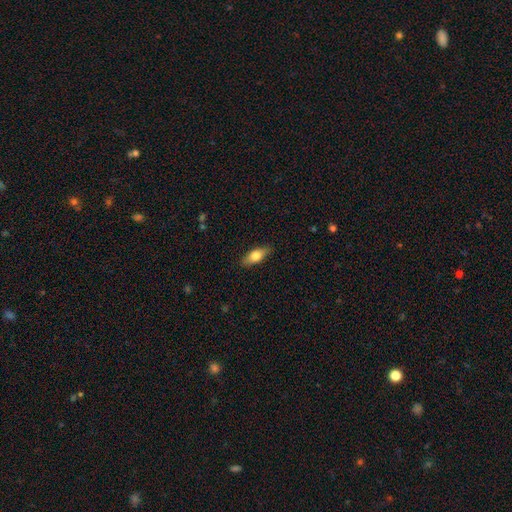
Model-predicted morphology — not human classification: smooth_or_featured: smooth (p=0.69) [alt: featured or disk p=0.24]
how_rounded: in between (p=0.73) [alt: cigar-shaped p=0.23]
merging: none (p=0.87) [alt: minor disturbance p=0.10]